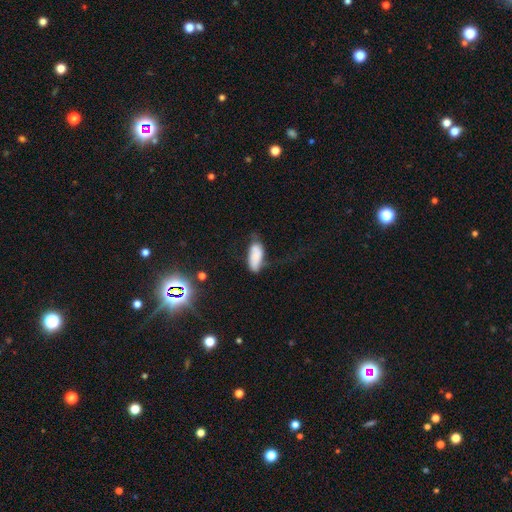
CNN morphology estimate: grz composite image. It shows a smooth galaxy with no disk features (73%) that is in between round and cigar-shaped (82%). Merging: none (38%).